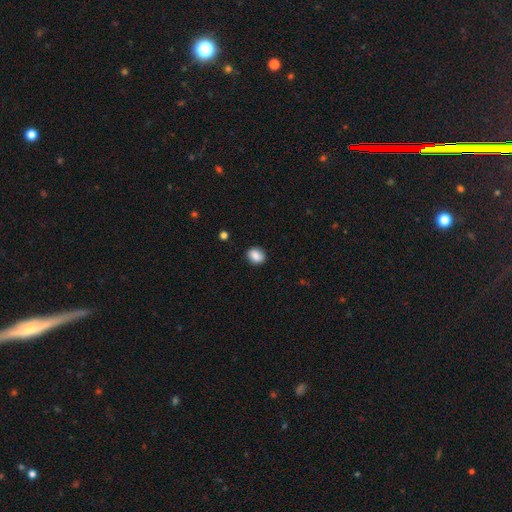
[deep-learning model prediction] This is clearly a smooth galaxy (87%). How rounded: possibly in between (54%). Merging: clearly none (88%).